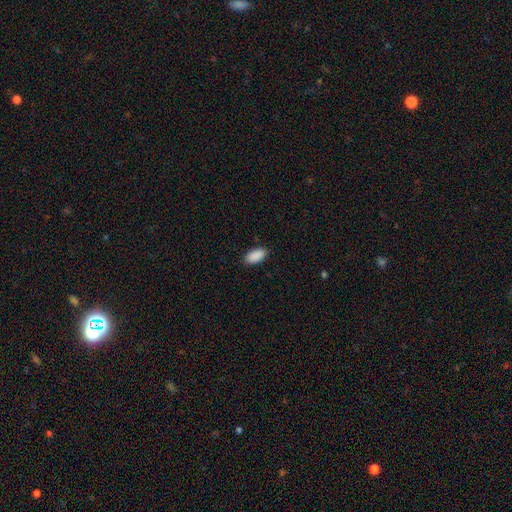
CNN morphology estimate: The model was most divided on "merging": none: 88%, minor disturbance: 9%, major disturbance: 2%, merger: 1%. More confident: how rounded — in between (93%); smooth or featured — smooth (91%).